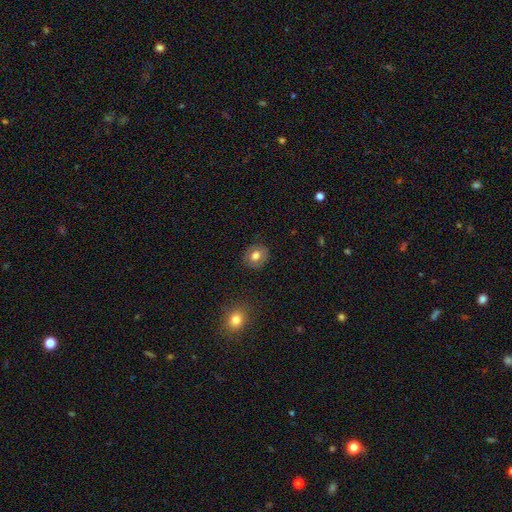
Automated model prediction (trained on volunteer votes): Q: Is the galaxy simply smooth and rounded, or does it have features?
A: smooth — 73%.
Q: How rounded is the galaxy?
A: round — 75%.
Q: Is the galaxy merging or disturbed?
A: none — 88%.